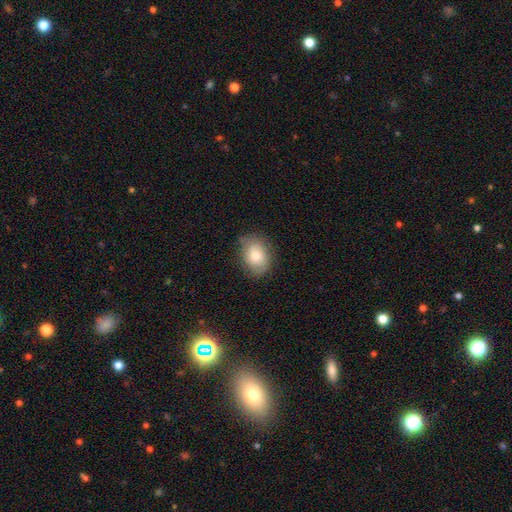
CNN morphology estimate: This is likely a smooth galaxy (75%). How rounded: likely in between (67%). Merging: likely none (76%).